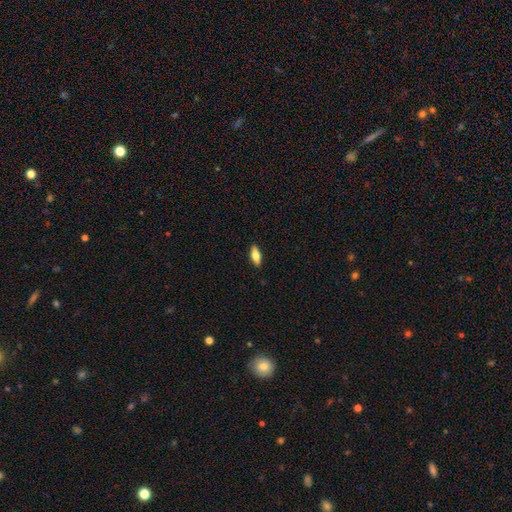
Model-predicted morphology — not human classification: type=smooth (67%); roundness=in between (73%); merging=none (89%).